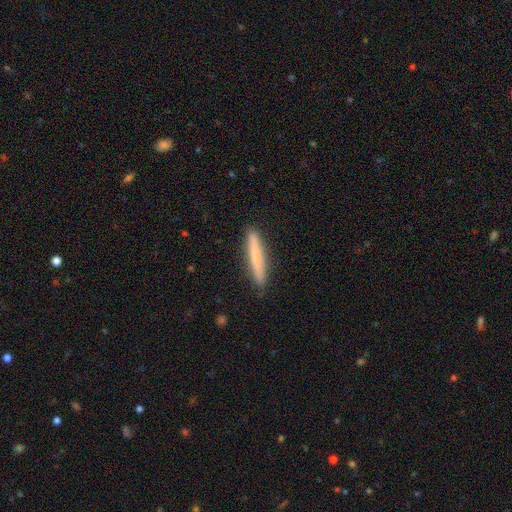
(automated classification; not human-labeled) Smooth or featured: smooth — 66% (featured or disk — 28%)
How rounded: cigar-shaped — 95% (in between — 4%)
Merging: none — 90% (minor disturbance — 7%)